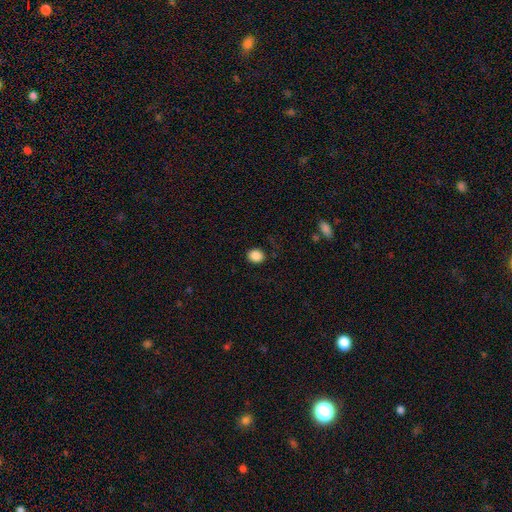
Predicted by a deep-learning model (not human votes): This is clearly a smooth galaxy (87%). How rounded: likely round (63%). Merging: clearly none (87%).